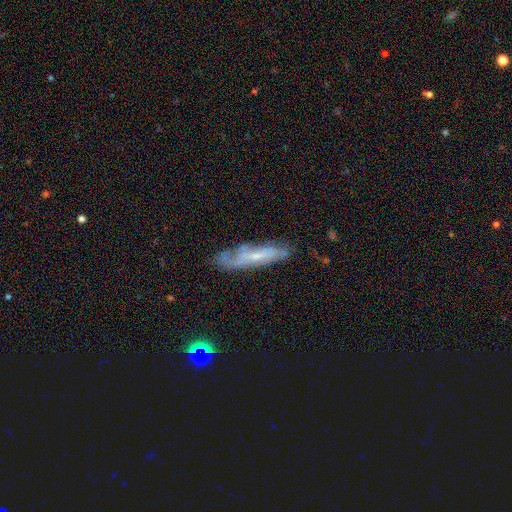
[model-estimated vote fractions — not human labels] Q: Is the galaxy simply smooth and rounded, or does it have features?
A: featured or disk — 59%.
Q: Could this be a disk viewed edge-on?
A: no — 54%.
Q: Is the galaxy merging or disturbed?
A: none — 62%.